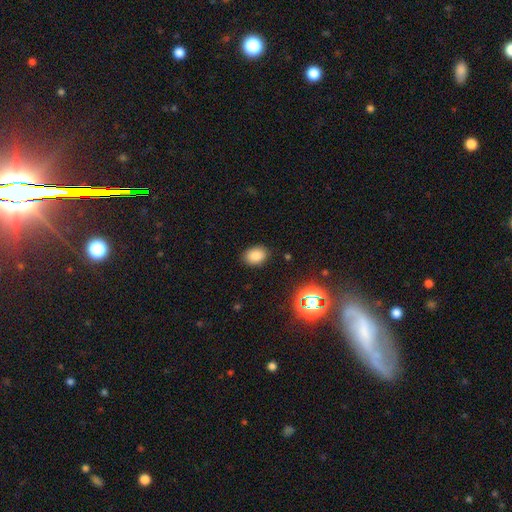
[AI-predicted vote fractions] Smooth or featured?
  - smooth: 82% *
  - star or artifact: 13%
  - featured or disk: 5%
How rounded?
  - in between: 69% *
  - round: 30%
  - cigar-shaped: 1%
Merging?
  - none: 86% *
  - minor disturbance: 10%
  - major disturbance: 3%
  - merger: 1%